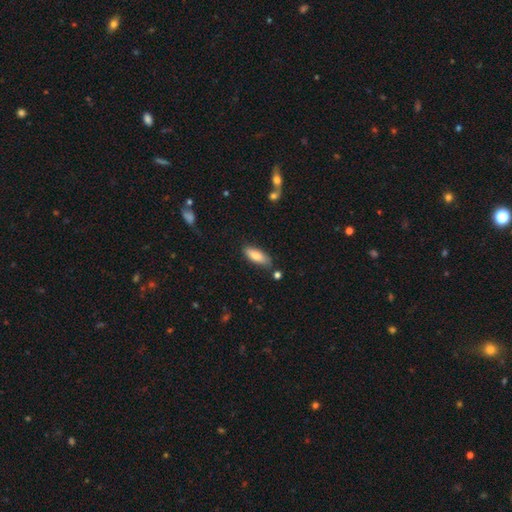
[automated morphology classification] This is clearly a smooth galaxy (81%). How rounded: likely in between (68%). Merging: likely none (75%).